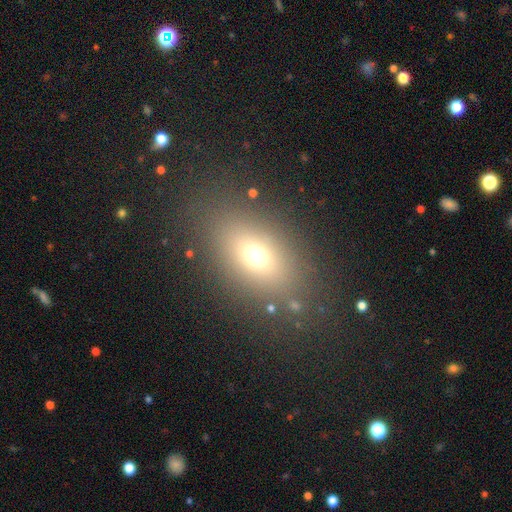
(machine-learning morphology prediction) type=smooth (67%); roundness=in between (76%); merging=none (83%).